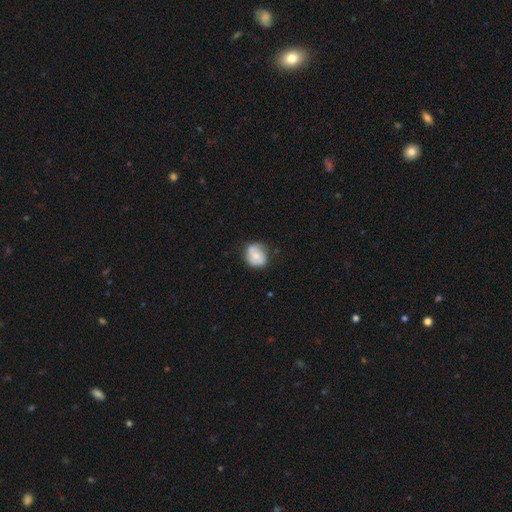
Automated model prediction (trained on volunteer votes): Smooth or featured: smooth — 48% (featured or disk — 45%)
Merging: none — 64% (minor disturbance — 25%)